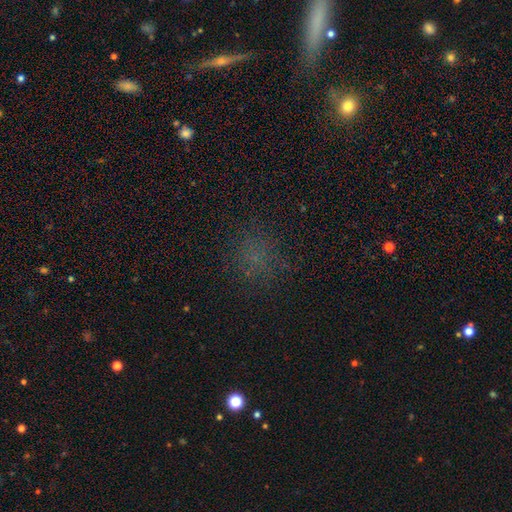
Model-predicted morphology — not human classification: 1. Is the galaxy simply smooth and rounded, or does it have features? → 55% smooth, 36% star or artifact, 9% featured or disk.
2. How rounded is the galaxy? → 85% round, 14% in between, 1% cigar-shaped.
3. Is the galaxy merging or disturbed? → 79% none, 12% minor disturbance, 7% major disturbance, 2% merger.